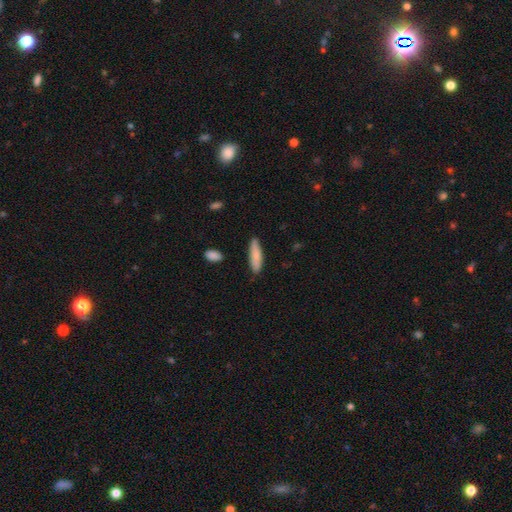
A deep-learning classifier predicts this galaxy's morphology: smooth 81%, featured or disk 13%, star or artifact 6%. Down the decision tree: how rounded — cigar-shaped (63%); merging — none (82%).